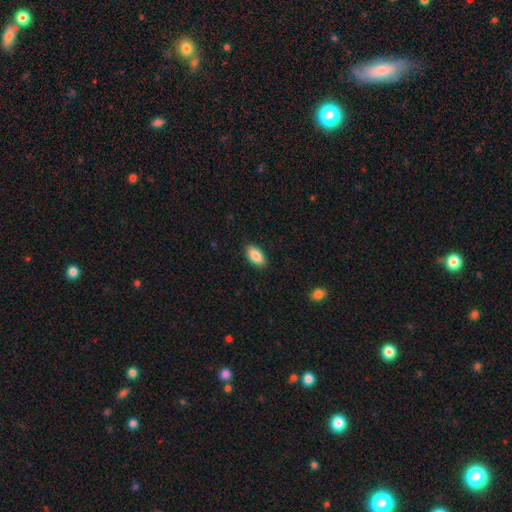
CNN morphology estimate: The model was most divided on "smooth or featured": smooth: 87%, star or artifact: 7%, featured or disk: 6%. More confident: how rounded — in between (94%); merging — none (89%).